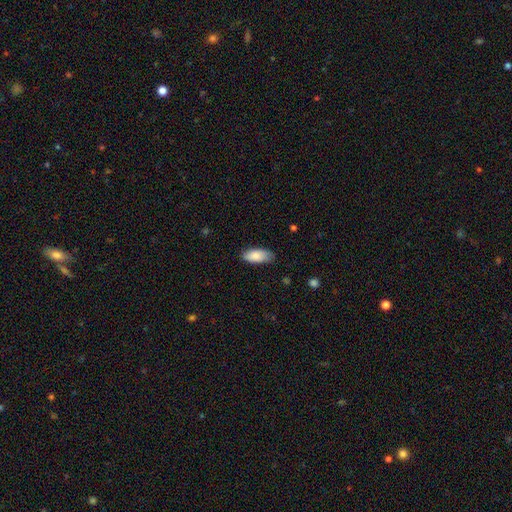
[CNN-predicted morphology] Smooth or featured?
  - smooth: 84% *
  - featured or disk: 10%
  - star or artifact: 6%
How rounded?
  - in between: 88% *
  - cigar-shaped: 10%
  - round: 2%
Merging?
  - none: 74% *
  - minor disturbance: 21%
  - major disturbance: 3%
  - merger: 1%